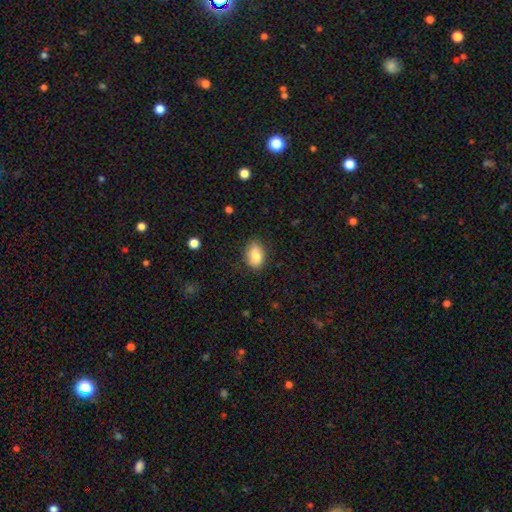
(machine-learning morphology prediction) Smooth or featured?
  - smooth: 83% *
  - featured or disk: 9%
  - star or artifact: 8%
How rounded?
  - in between: 83% *
  - round: 16%
  - cigar-shaped: 1%
Merging?
  - none: 78% *
  - minor disturbance: 17%
  - major disturbance: 3%
  - merger: 1%